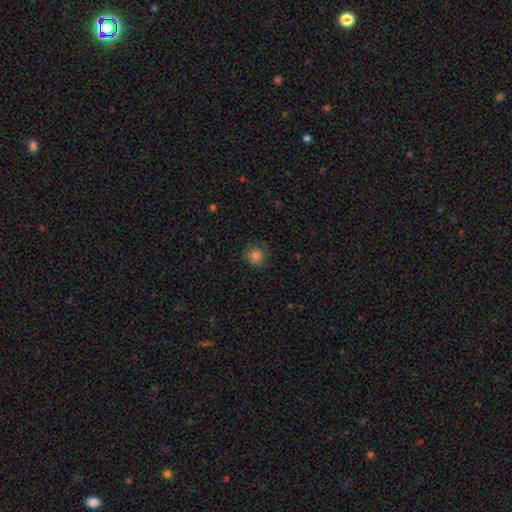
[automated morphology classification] type=smooth (83%); roundness=round (87%); merging=none (78%).